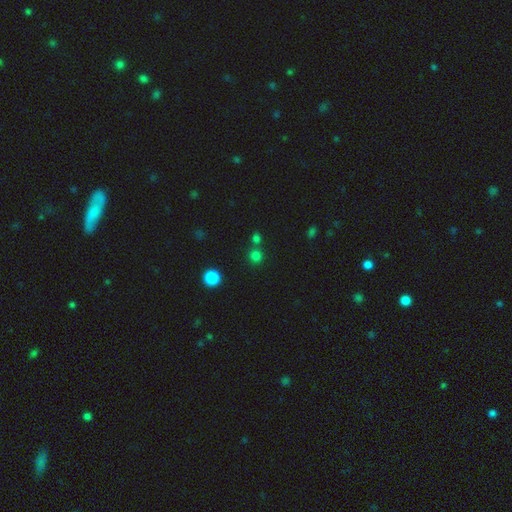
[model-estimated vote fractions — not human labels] This is likely a smooth galaxy (76%). How rounded: clearly round (92%). Merging: likely none (72%).